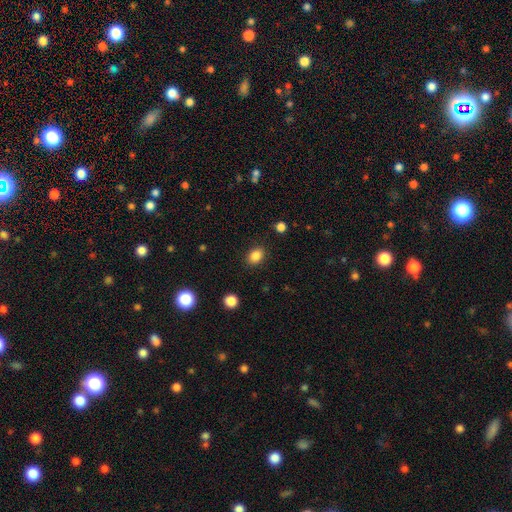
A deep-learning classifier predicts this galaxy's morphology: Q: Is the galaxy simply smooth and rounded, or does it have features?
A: smooth — 86%.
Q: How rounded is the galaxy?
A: in between — 67%.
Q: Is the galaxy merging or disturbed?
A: none — 87%.